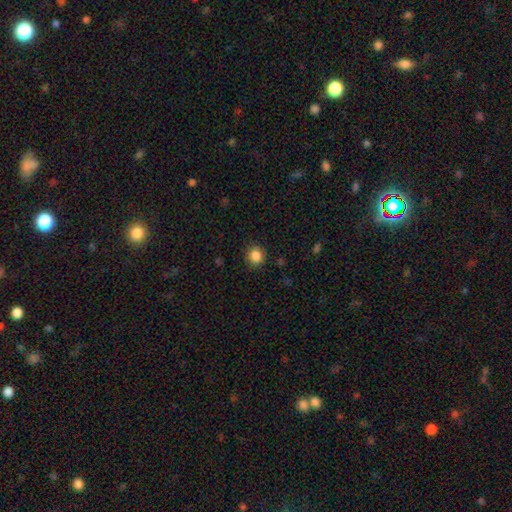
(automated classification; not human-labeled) A smooth galaxy with no disk features (85%) that is round (83%). Merging: none (88%).